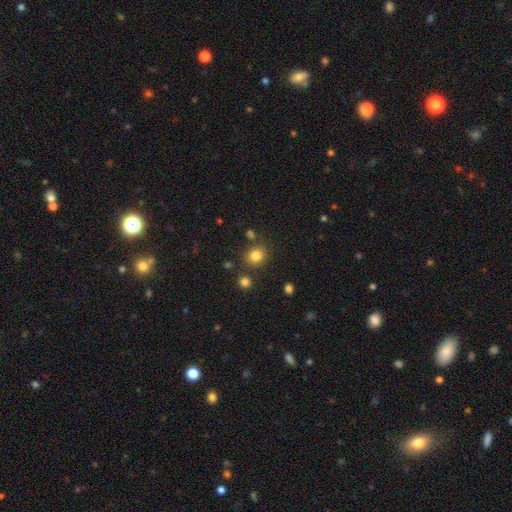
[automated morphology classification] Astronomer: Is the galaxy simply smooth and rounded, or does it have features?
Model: smooth — 81%.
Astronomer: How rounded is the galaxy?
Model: round — 79%.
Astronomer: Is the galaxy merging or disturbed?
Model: none — 81%.